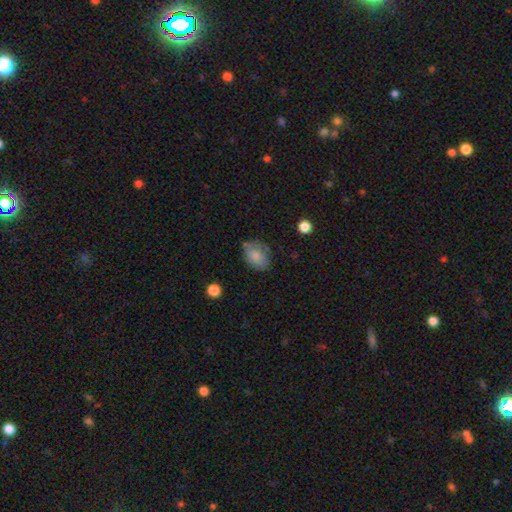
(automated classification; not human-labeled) Smooth or featured: smooth — 77% (featured or disk — 15%)
How rounded: in between — 72% (round — 27%)
Merging: none — 59% (minor disturbance — 29%)